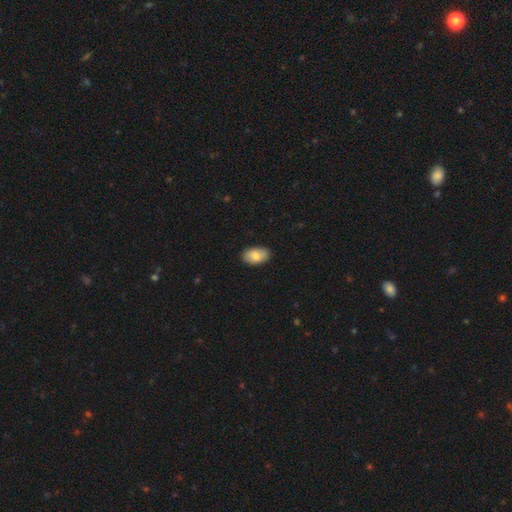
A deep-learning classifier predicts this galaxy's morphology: Smooth or featured?
  - smooth: 83% *
  - featured or disk: 11%
  - star or artifact: 6%
How rounded?
  - in between: 93% *
  - round: 5%
  - cigar-shaped: 1%
Merging?
  - none: 88% *
  - minor disturbance: 9%
  - major disturbance: 2%
  - merger: 1%